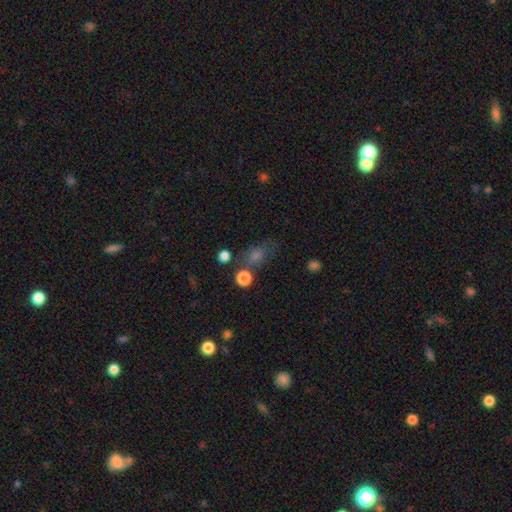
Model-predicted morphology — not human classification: Overall: smooth (54%; star or artifact 31%). How rounded: in between (59%; round 36%). Merging: none (61%).